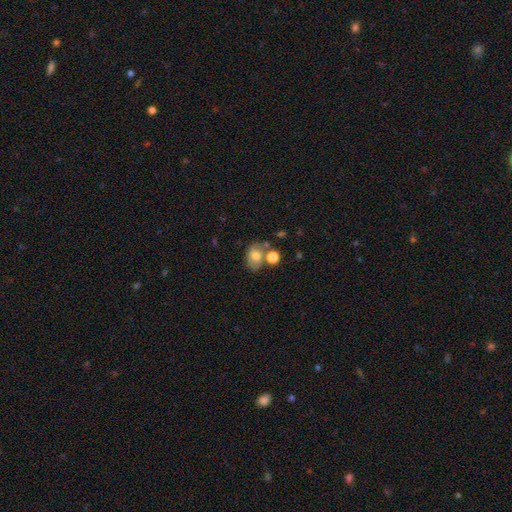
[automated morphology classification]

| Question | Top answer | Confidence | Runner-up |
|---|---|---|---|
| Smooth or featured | smooth | 68% | featured or disk (22%) |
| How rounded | in between | 64% | round (34%) |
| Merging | none | 50% | merger (27%) |